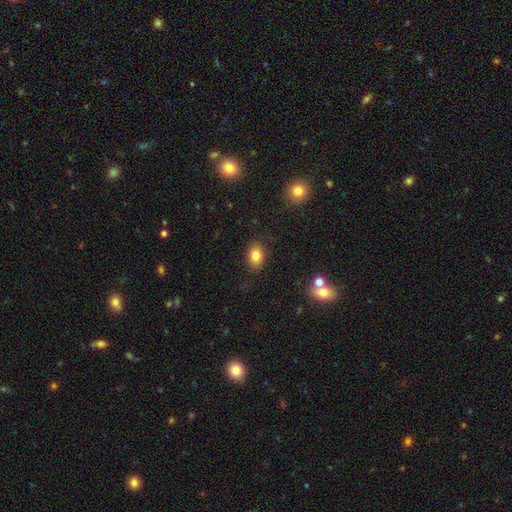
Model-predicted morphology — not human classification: The model was most divided on "how rounded": in between: 82%, round: 16%, cigar-shaped: 1%. More confident: merging — none (85%); smooth or featured — smooth (83%).